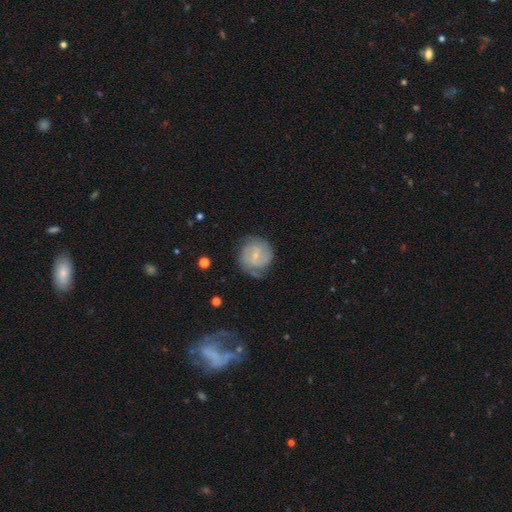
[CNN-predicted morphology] smooth-or-featured: featured or disk: 72% | smooth: 21% | star or artifact: 6%
  disk-edge-on: no: 98% | yes: 2%
    bar: no: 49% | weak: 43% | strong: 8%
    has-spiral-arms: yes: 91% | no: 9%
      spiral-winding: tight: 53% | medium: 36% | loose: 11%
      spiral-arm-count: 2: 49% | can't tell: 25% | 3: 13% | 1: 5% | 4: 4% | more than 4: 3%
    bulge-size: small: 77% | moderate: 18% | none: 4% | large: 1% | dominant: 1%
  merging: none: 66% | minor disturbance: 22% | major disturbance: 10% | merger: 2%